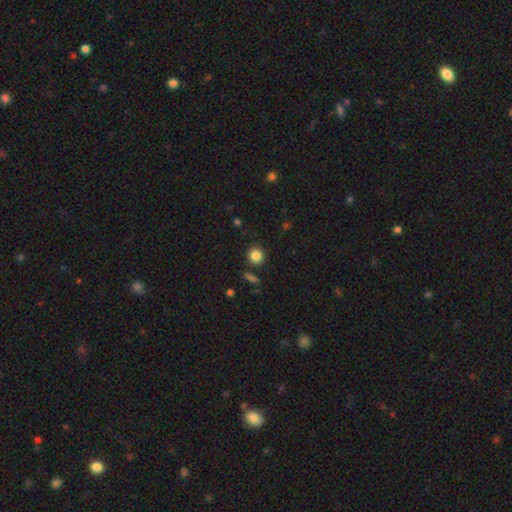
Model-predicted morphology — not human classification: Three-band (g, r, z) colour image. It shows a smooth galaxy with no disk features (85%) that is round (89%). Merging: none (86%).